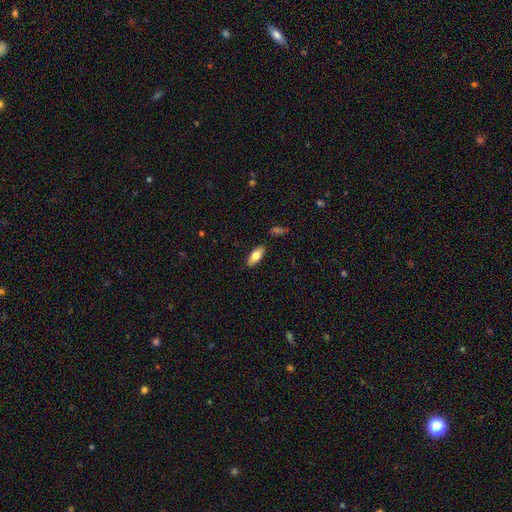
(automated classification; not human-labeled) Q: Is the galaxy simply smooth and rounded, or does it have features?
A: smooth — 72%.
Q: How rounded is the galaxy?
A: in between — 78%.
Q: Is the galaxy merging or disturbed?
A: none — 87%.